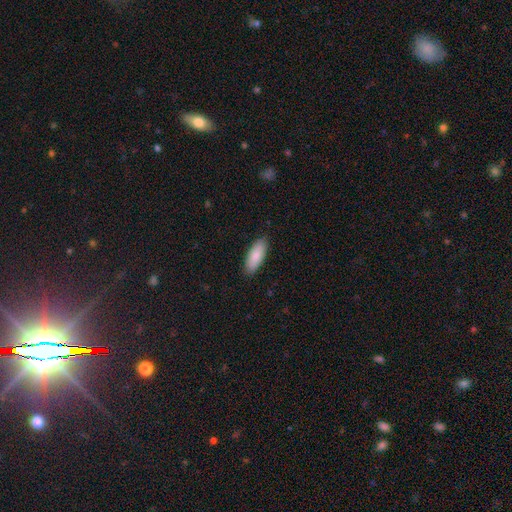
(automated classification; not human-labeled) Q: Smooth or featured?
A: smooth (86%); runner-up: featured or disk (8%)
Q: How rounded?
A: in between (77%); runner-up: cigar-shaped (21%)
Q: Merging?
A: none (88%); runner-up: minor disturbance (10%)